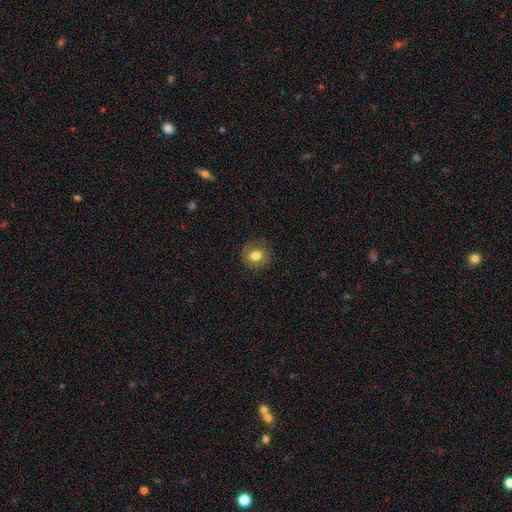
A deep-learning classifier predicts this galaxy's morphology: Overall: smooth (79%). How rounded: round (85%). Merging: none (88%).